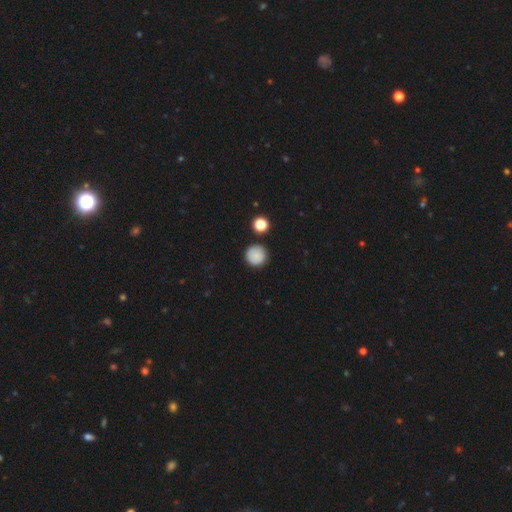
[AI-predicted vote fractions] A smooth galaxy with no disk features (86%) that is round (96%). Merging: none (89%).